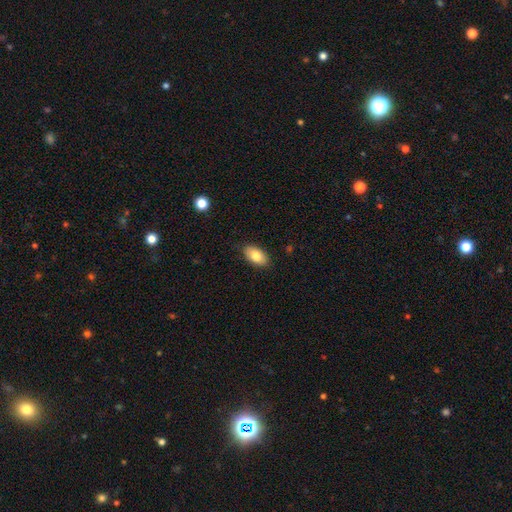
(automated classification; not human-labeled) smooth_or_featured: smooth (p=0.84) [alt: featured or disk p=0.10]
how_rounded: in between (p=0.94) [alt: round p=0.04]
merging: none (p=0.87) [alt: minor disturbance p=0.10]